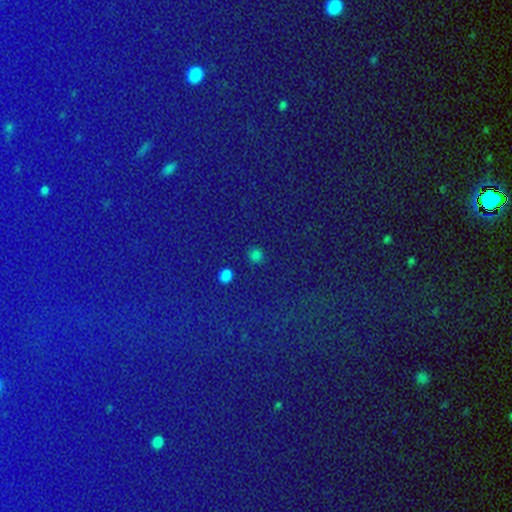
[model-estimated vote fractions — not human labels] Q: Smooth or featured?
A: star or artifact (54%); runner-up: smooth (39%)